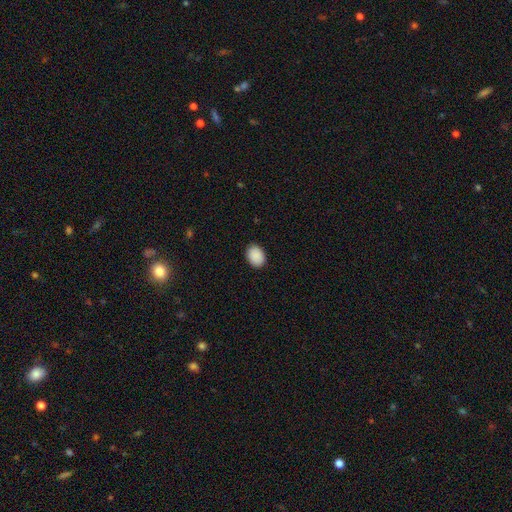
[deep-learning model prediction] Overall: smooth (91%). How rounded: in between (73%). Merging: none (90%).